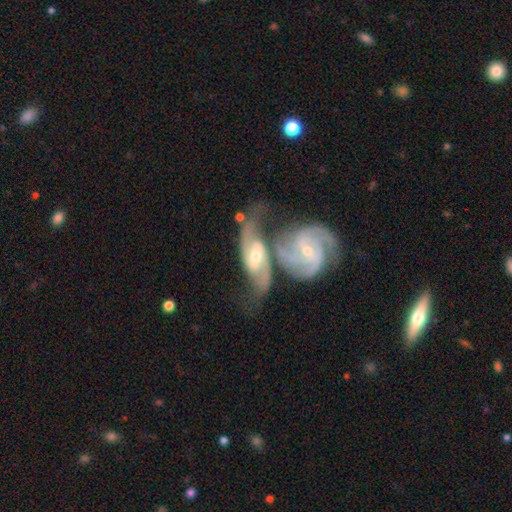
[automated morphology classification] smooth-or-featured: featured or disk: 85% | smooth: 10% | star or artifact: 5%
  disk-edge-on: no: 94% | yes: 6%
    bar: weak: 43% | no: 35% | strong: 22%
    has-spiral-arms: yes: 96% | no: 4%
      spiral-winding: medium: 51% | tight: 28% | loose: 21%
      spiral-arm-count: 2: 70% | 3: 12% | can't tell: 11% | 4: 3% | 1: 3% | more than 4: 2%
    bulge-size: small: 50% | moderate: 45% | large: 2% | none: 1% | dominant: 1%
  merging: merger: 58% | none: 24% | minor disturbance: 10% | major disturbance: 7%